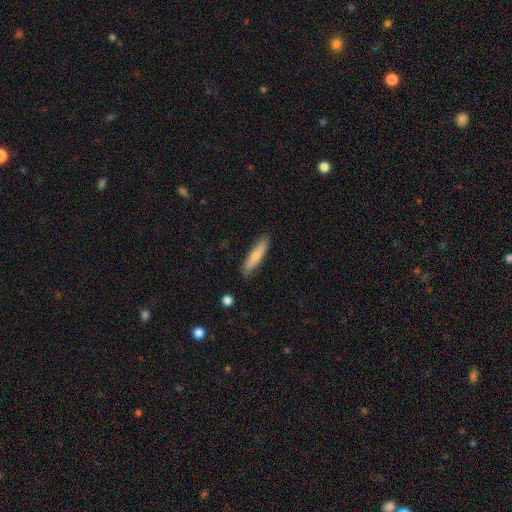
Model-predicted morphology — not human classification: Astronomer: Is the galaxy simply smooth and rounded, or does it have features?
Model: smooth — 68%.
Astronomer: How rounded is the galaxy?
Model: cigar-shaped — 84%.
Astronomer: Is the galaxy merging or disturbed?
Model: none — 86%.